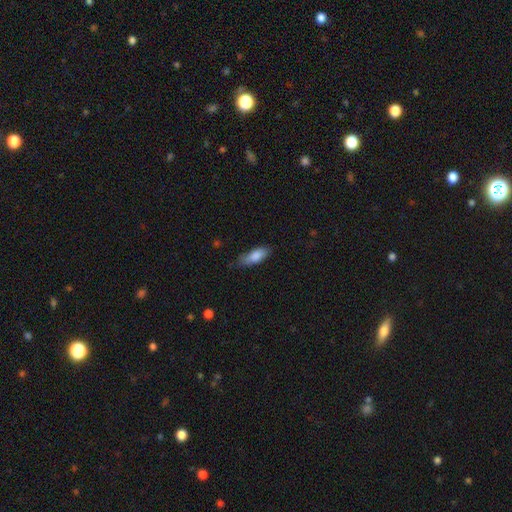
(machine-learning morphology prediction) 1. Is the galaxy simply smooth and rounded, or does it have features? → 83% smooth, 11% featured or disk, 6% star or artifact.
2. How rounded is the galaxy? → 69% in between, 29% cigar-shaped, 2% round.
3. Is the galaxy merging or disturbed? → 67% none, 26% minor disturbance, 5% major disturbance, 2% merger.